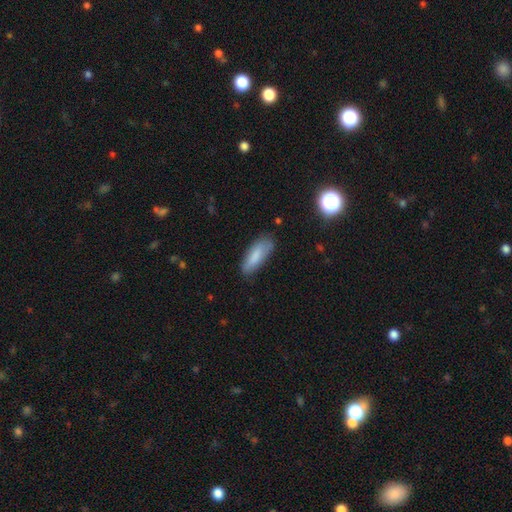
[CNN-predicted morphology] Q: Smooth or featured?
A: smooth (81%); runner-up: featured or disk (12%)
Q: How rounded?
A: in between (61%); runner-up: cigar-shaped (37%)
Q: Merging?
A: none (77%); runner-up: minor disturbance (18%)